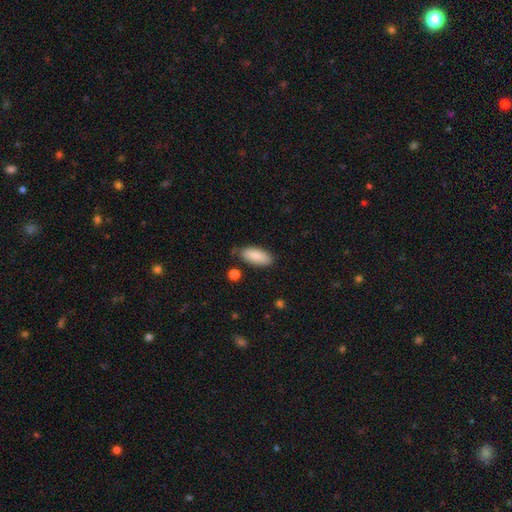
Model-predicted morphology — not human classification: smooth 85%, featured or disk 9%, star or artifact 6%. Down the decision tree: how rounded — in between (86%); merging — none (79%).